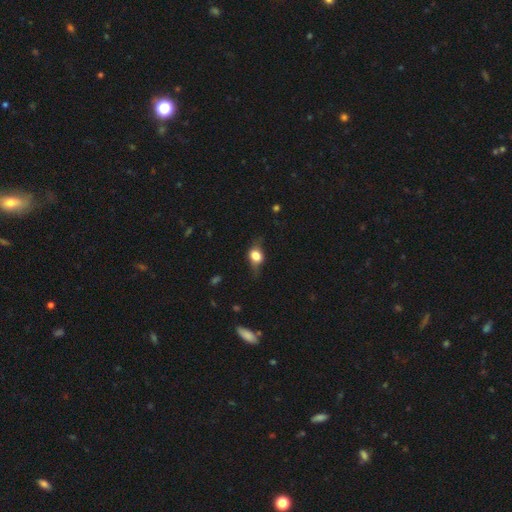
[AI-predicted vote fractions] smooth-or-featured: smooth: 63% | featured or disk: 28% | star or artifact: 10%
  how-rounded: in between: 55% | round: 41% | cigar-shaped: 4%
  merging: none: 61% | minor disturbance: 26% | major disturbance: 12% | merger: 1%